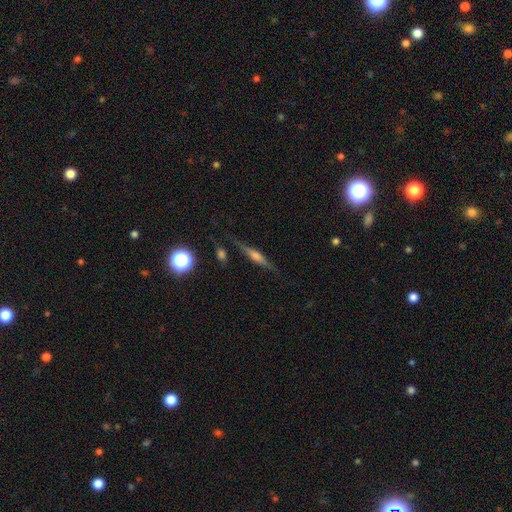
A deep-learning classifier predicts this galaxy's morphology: Smooth or featured?
  - featured or disk: 70% *
  - smooth: 20%
  - star or artifact: 10%
Edge-on disk?
  - yes: 96% *
  - no: 4%
Edge-on bulge?
  - rounded: 76% *
  - boxy: 15%
  - none: 8%
Merging?
  - none: 83% *
  - minor disturbance: 11%
  - major disturbance: 3%
  - merger: 2%